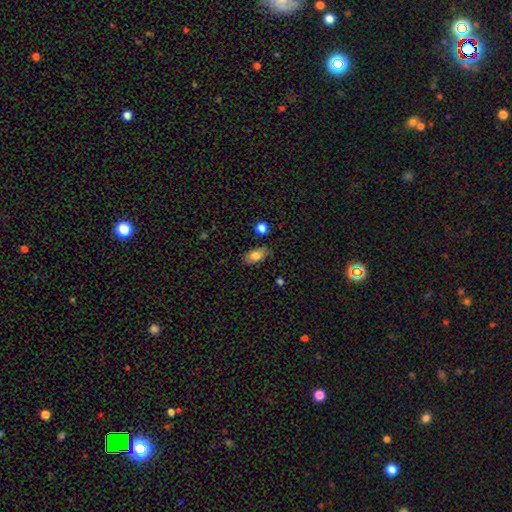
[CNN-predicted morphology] A smooth galaxy with no disk features (79%) that is in between round and cigar-shaped (91%). Merging: none (82%).